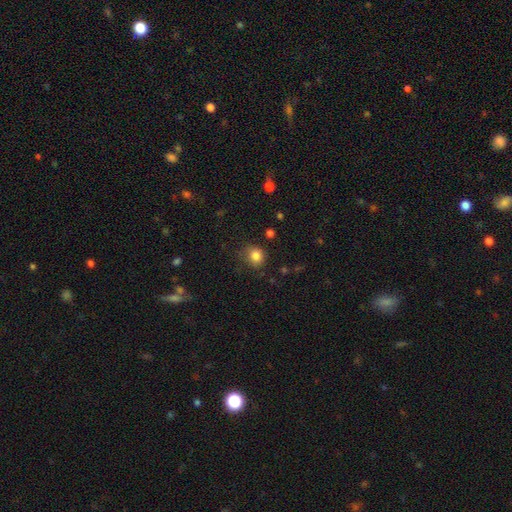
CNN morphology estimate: A smooth galaxy with no disk features (83%) that is round (75%). Merging: none (76%).